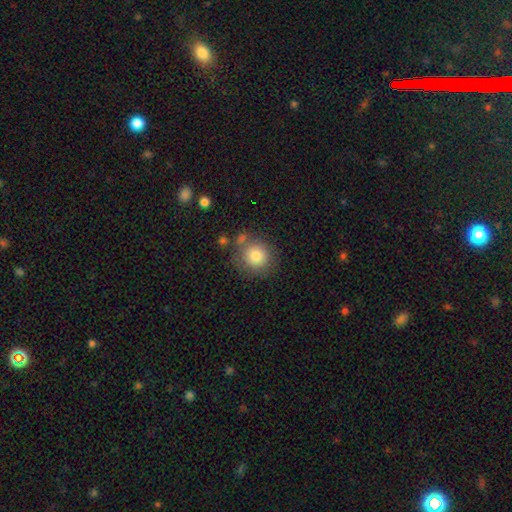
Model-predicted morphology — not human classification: A smooth galaxy with no disk features (81%) that is round (89%).

Vote fractions:
- Smooth or featured? smooth: 81% / featured or disk: 10% / star or artifact: 9%
- How rounded? round: 89% / in between: 10% / cigar-shaped: 1%
- Merging? none: 72% / minor disturbance: 14% / merger: 9% / major disturbance: 5%